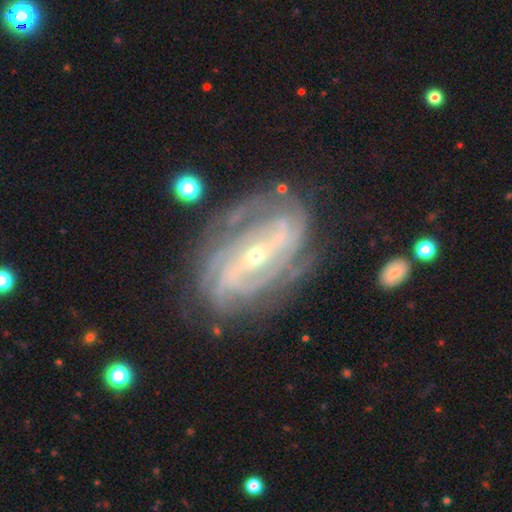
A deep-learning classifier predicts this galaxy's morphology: This appears to be a featured or disk galaxy (91%) with a strong bar (51%), 2 (25%) tight (62%) spiral arms (97%) and a small central bulge (68%). Merging: none (74%).